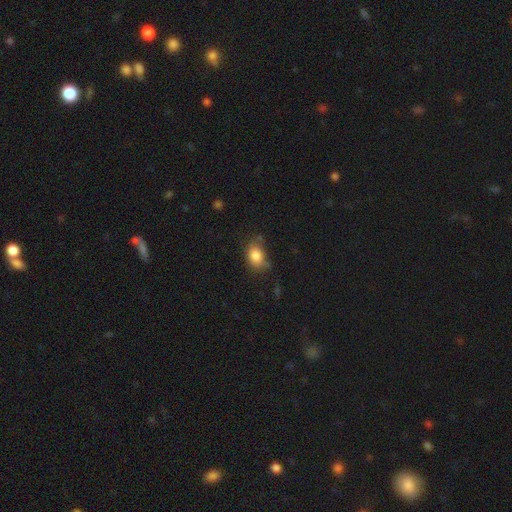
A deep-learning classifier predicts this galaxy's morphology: Q: Smooth or featured?
A: smooth (84%); runner-up: star or artifact (9%)
Q: How rounded?
A: in between (72%); runner-up: round (27%)
Q: Merging?
A: none (58%); runner-up: minor disturbance (29%)